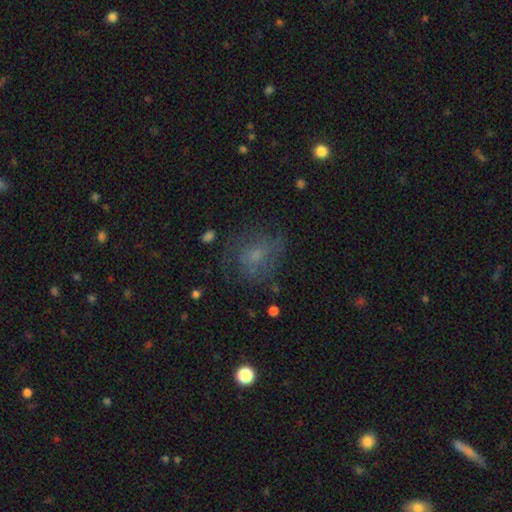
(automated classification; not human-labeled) A smooth galaxy with no disk features (45%). Merging: none (59%).